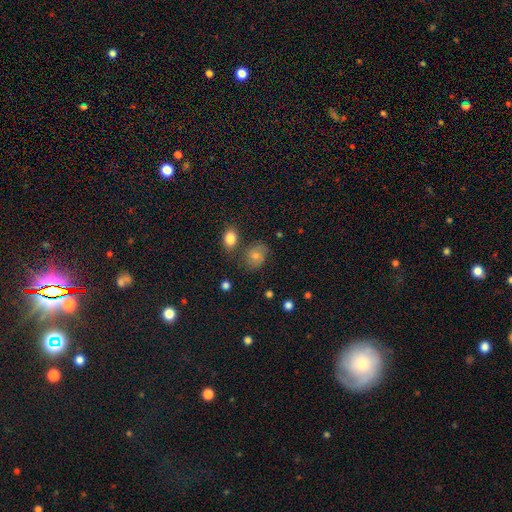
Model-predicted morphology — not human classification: type=smooth (62%); roundness=round (52%); merging=none (65%).